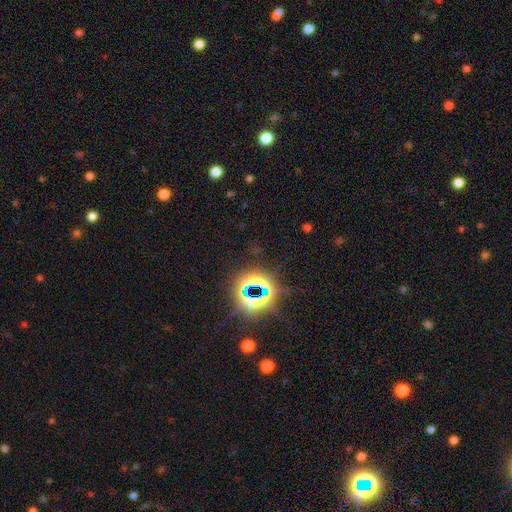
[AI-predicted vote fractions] star or artifact 77%, smooth 14%, featured or disk 9%.